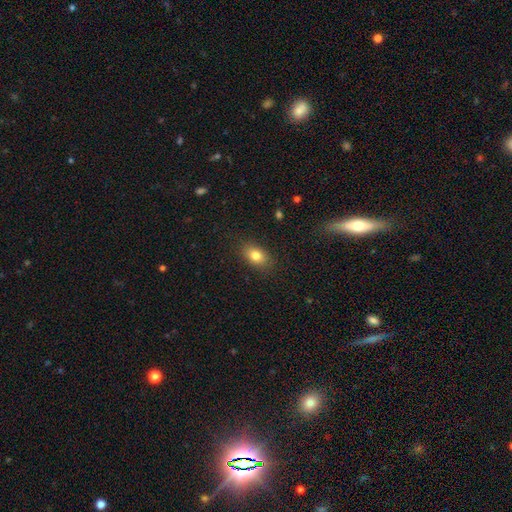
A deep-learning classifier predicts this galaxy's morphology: Smooth or featured? Predicted: smooth (p=0.80). How rounded? Predicted: in between (p=0.83). Merging? Predicted: none (p=0.86).